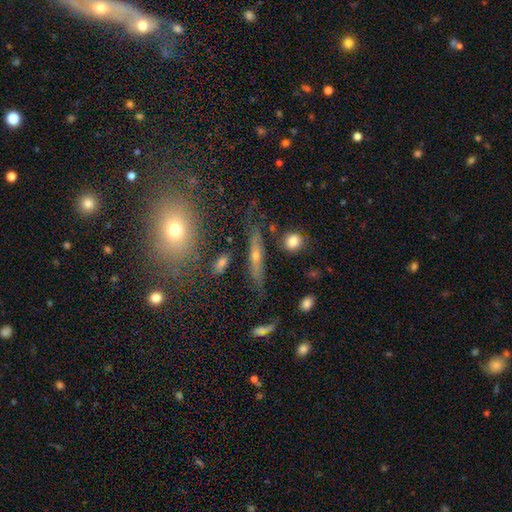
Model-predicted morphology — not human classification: Q: Smooth or featured?
A: featured or disk (55%); runner-up: smooth (33%)
Q: Edge-on disk?
A: yes (84%); runner-up: no (16%)
Q: Merging?
A: none (78%); runner-up: minor disturbance (14%)